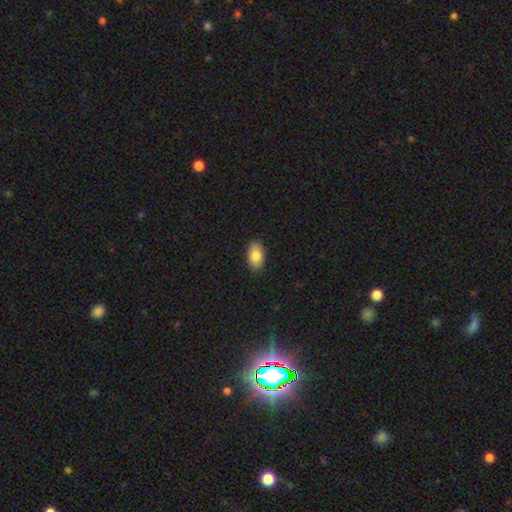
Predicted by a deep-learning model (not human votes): Smooth or featured?
  - smooth: 84% *
  - featured or disk: 8%
  - star or artifact: 7%
How rounded?
  - in between: 93% *
  - round: 5%
  - cigar-shaped: 2%
Merging?
  - none: 89% *
  - minor disturbance: 9%
  - major disturbance: 2%
  - merger: 1%